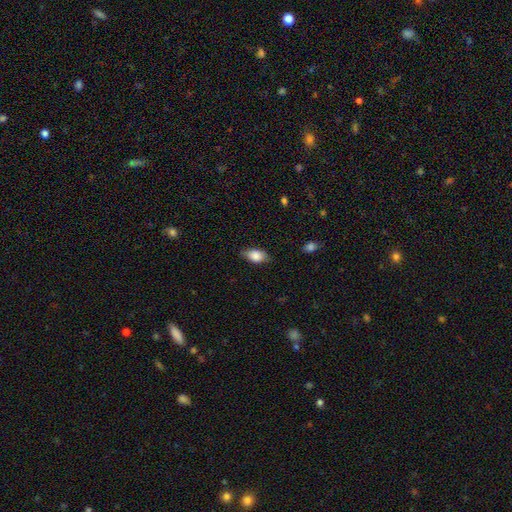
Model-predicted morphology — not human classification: Smooth or featured? smooth (82%)
How rounded? in between (89%)
Merging? none (79%)